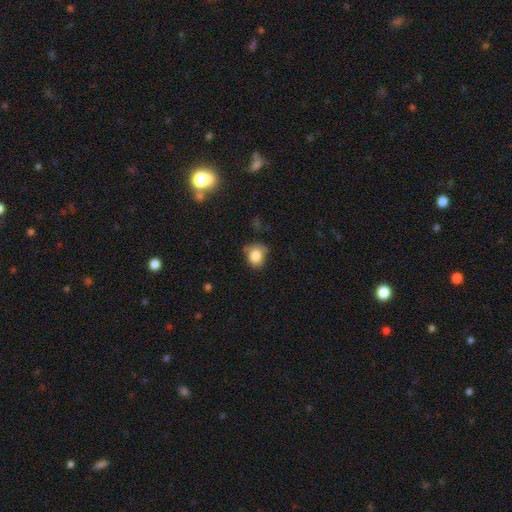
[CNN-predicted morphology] Q: Smooth or featured?
A: smooth (82%); runner-up: star or artifact (10%)
Q: How rounded?
A: round (65%); runner-up: in between (34%)
Q: Merging?
A: none (59%); runner-up: minor disturbance (30%)